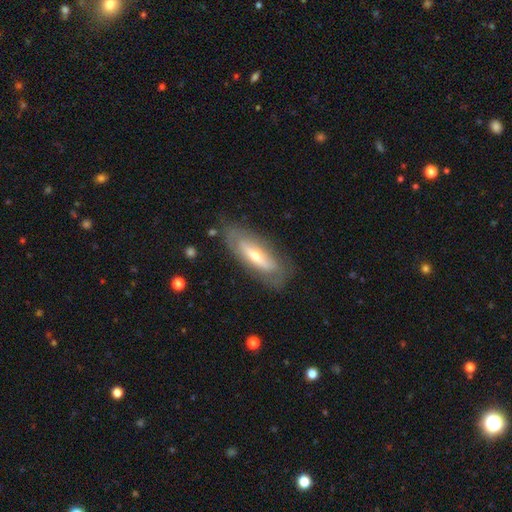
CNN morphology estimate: smooth_or_featured: featured or disk (p=0.61) [alt: smooth p=0.32]
disk_edge_on: no (p=0.66) [alt: yes p=0.34]
merging: none (p=0.76) [alt: minor disturbance p=0.16]